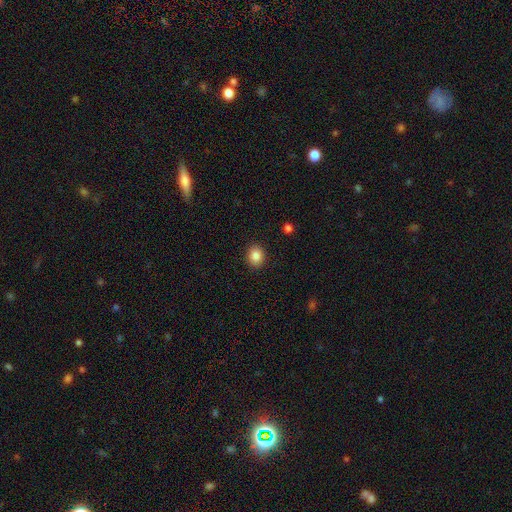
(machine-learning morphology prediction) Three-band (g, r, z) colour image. It shows a smooth galaxy with no disk features (86%) that is round (62%). Merging: none (91%).